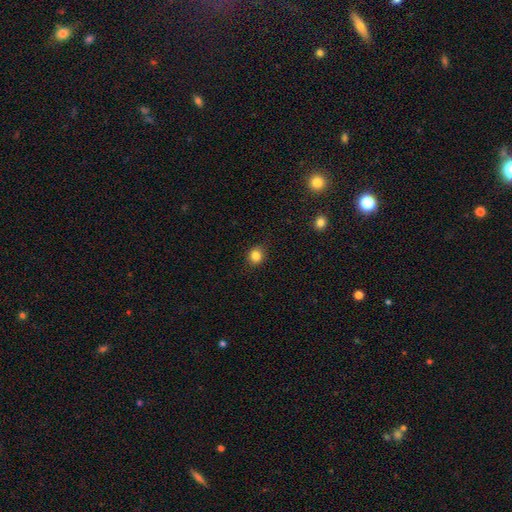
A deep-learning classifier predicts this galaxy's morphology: This appears to be a smooth galaxy with no disk features (84%) that is round (75%). Merging: none (87%).